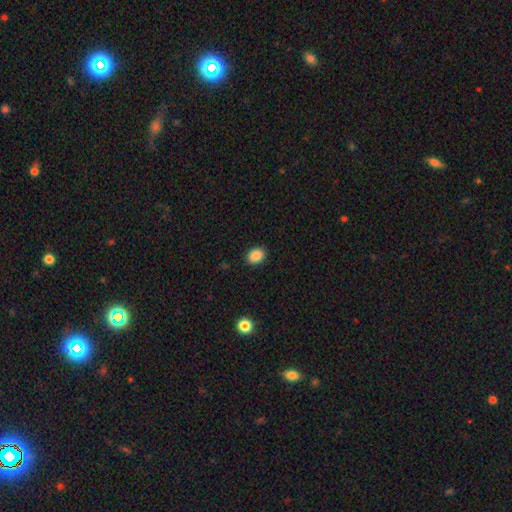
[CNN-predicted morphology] Smooth or featured? Predicted: smooth (p=0.88). How rounded? Predicted: in between (p=0.59). Merging? Predicted: none (p=0.89).